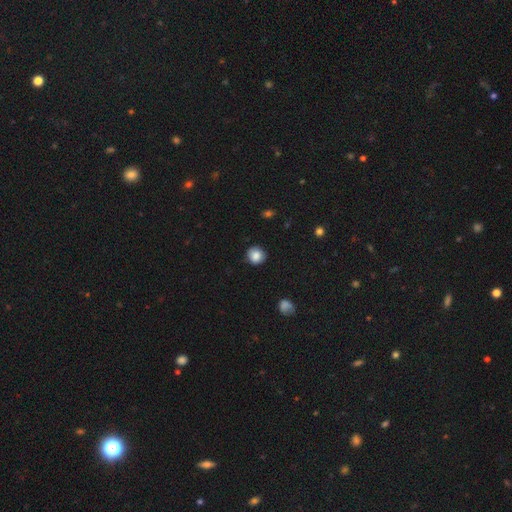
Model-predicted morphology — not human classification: Smooth or featured: smooth — 86% (star or artifact — 9%)
How rounded: round — 89% (in between — 10%)
Merging: none — 85% (minor disturbance — 11%)